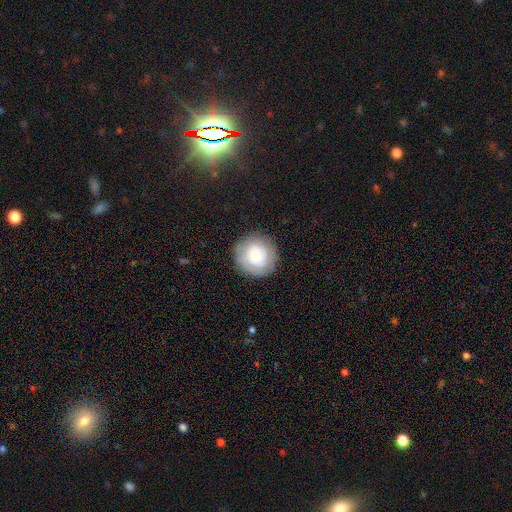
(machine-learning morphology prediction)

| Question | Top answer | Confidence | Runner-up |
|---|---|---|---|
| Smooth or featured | smooth | 66% | featured or disk (26%) |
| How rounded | round | 93% | in between (6%) |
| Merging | none | 84% | minor disturbance (10%) |